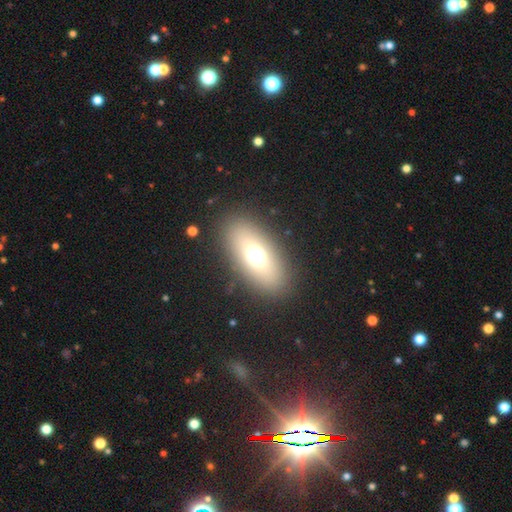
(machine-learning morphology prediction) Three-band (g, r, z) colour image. It shows a smooth galaxy with no disk features (62%) that is in between round and cigar-shaped (82%). Merging: none (86%).